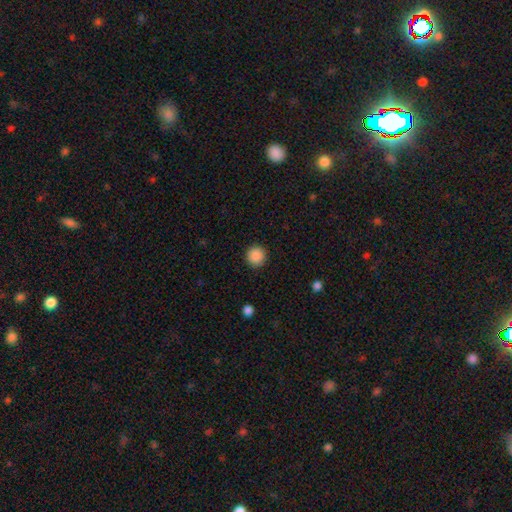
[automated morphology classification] A smooth galaxy with no disk features (89%) that is round (94%).

Vote fractions:
- Smooth or featured? smooth: 89% / star or artifact: 9% / featured or disk: 3%
- How rounded? round: 94% / in between: 5% / cigar-shaped: 1%
- Merging? none: 92% / minor disturbance: 5% / major disturbance: 2% / merger: 1%